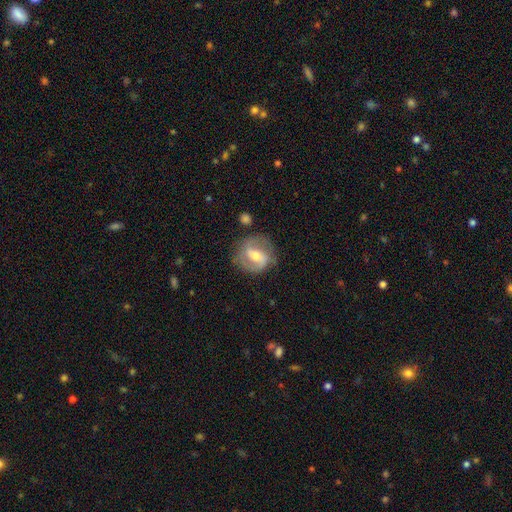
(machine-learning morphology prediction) Smooth or featured?
  - featured or disk: 74% *
  - smooth: 19%
  - star or artifact: 6%
Edge-on disk?
  - no: 97% *
  - yes: 3%
Bar?
  - weak: 43% *
  - strong: 37%
  - no: 20%
Spiral arms?
  - yes: 87% *
  - no: 13%
Spiral winding?
  - medium: 47% *
  - tight: 30%
  - loose: 23%
Spiral arm count?
  - 2: 84% *
  - can't tell: 8%
  - 1: 4%
  - 3: 2%
  - 4: 1%
  - more than 4: 1%
Bulge size?
  - moderate: 63% *
  - small: 31%
  - large: 4%
  - none: 1%
  - dominant: 1%
Merging?
  - none: 74% *
  - minor disturbance: 17%
  - major disturbance: 7%
  - merger: 2%